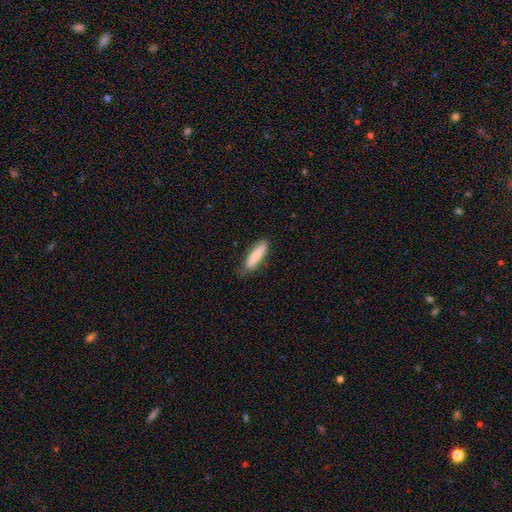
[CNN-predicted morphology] The model was most divided on "how rounded": cigar-shaped: 67%, in between: 32%, round: 1%. More confident: smooth or featured — smooth (81%); merging — none (70%).